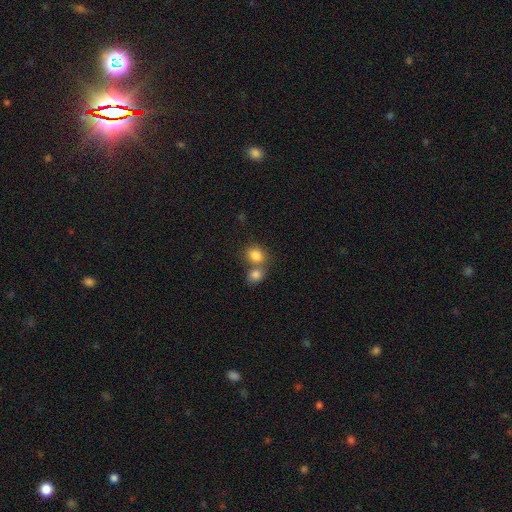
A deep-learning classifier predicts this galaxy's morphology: Smooth or featured: smooth — 83% (star or artifact — 10%)
How rounded: round — 63% (in between — 36%)
Merging: merger — 48% (none — 41%)